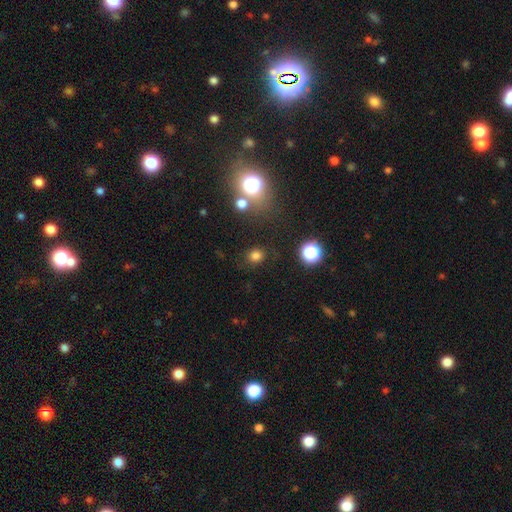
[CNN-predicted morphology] This appears to be a smooth galaxy with no disk features (78%) that is round (71%). Merging: none (83%).